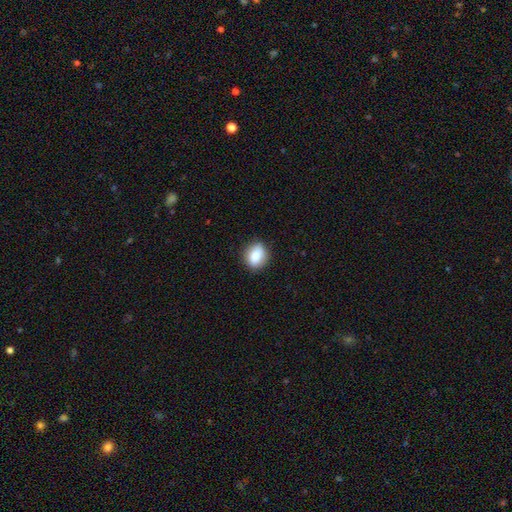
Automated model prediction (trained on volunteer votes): smooth_or_featured: smooth (p=0.85) [alt: star or artifact p=0.08]
how_rounded: in between (p=0.50) [alt: round p=0.48]
merging: none (p=0.86) [alt: minor disturbance p=0.11]